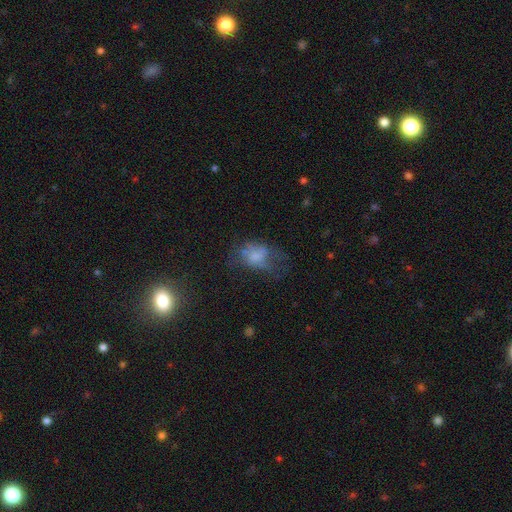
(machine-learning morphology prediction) A smooth galaxy with no disk features (54%) that is in between round and cigar-shaped (71%). Merging: major disturbance (39%).